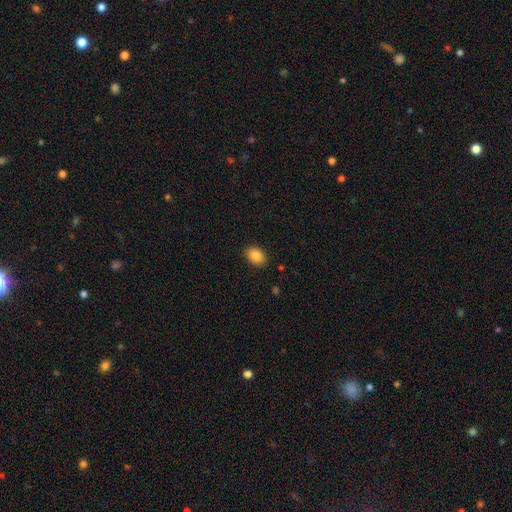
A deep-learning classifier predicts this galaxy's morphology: A smooth galaxy with no disk features (87%) that is in between round and cigar-shaped (81%). Merging: none (88%).